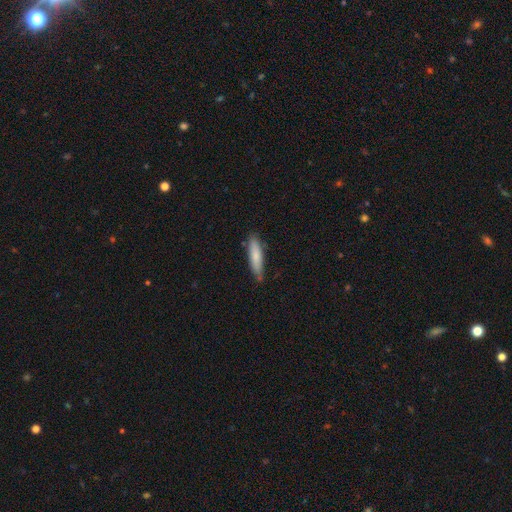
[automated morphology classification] Smooth or featured? smooth (77%)
How rounded? cigar-shaped (78%)
Merging? none (76%)